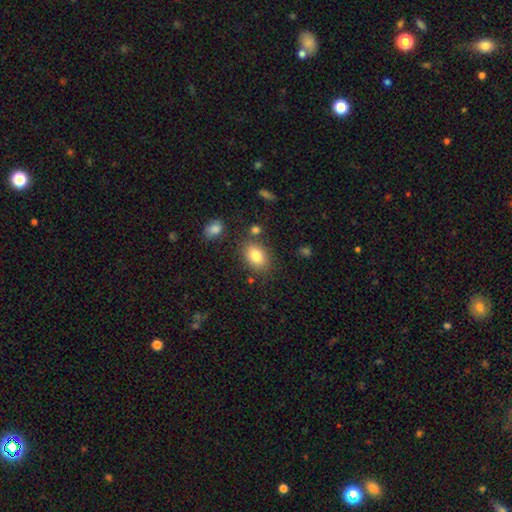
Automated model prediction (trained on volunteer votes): This appears to be a smooth galaxy with no disk features (83%) that is in between round and cigar-shaped (82%). Merging: none (77%).